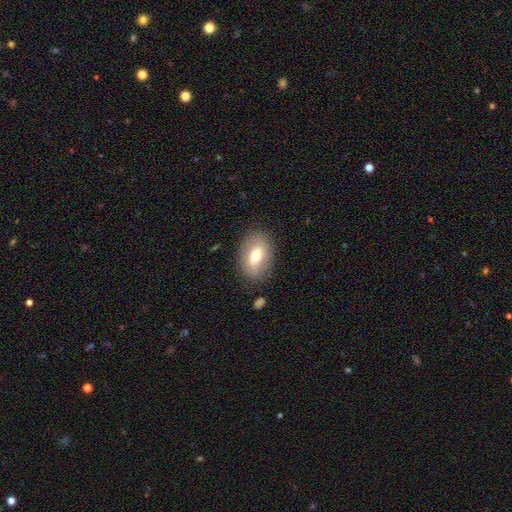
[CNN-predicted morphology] A smooth galaxy with no disk features (65%) that is in between round and cigar-shaped (86%).

Vote fractions:
- Smooth or featured? smooth: 65% / featured or disk: 28% / star or artifact: 8%
- How rounded? in between: 86% / round: 12% / cigar-shaped: 2%
- Merging? none: 82% / minor disturbance: 12% / major disturbance: 4% / merger: 2%